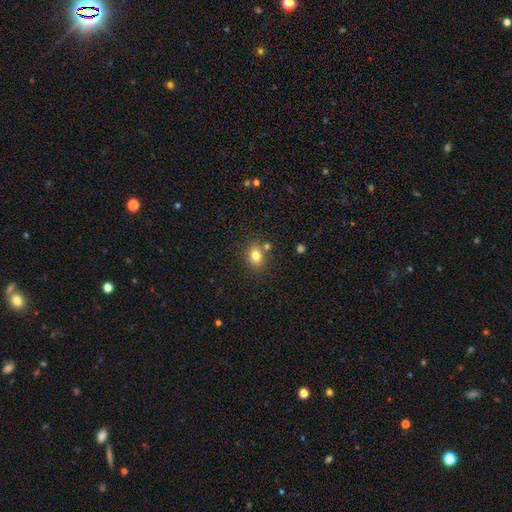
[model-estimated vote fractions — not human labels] This is likely a smooth galaxy (80%). How rounded: possibly in between (58%). Merging: likely none (75%).